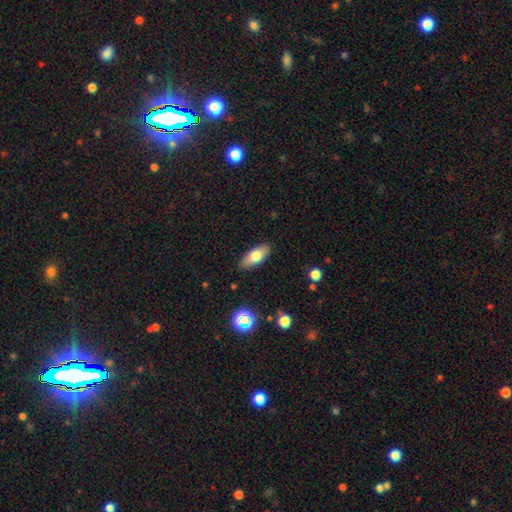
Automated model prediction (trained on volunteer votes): Q: Smooth or featured?
A: smooth (74%); runner-up: featured or disk (19%)
Q: How rounded?
A: in between (81%); runner-up: cigar-shaped (16%)
Q: Merging?
A: none (86%); runner-up: minor disturbance (10%)